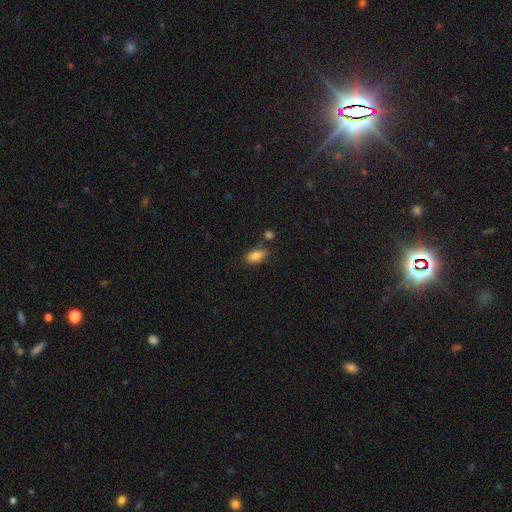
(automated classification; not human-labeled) Smooth or featured? Predicted: smooth (p=0.82). How rounded? Predicted: in between (p=0.87). Merging? Predicted: none (p=0.76).